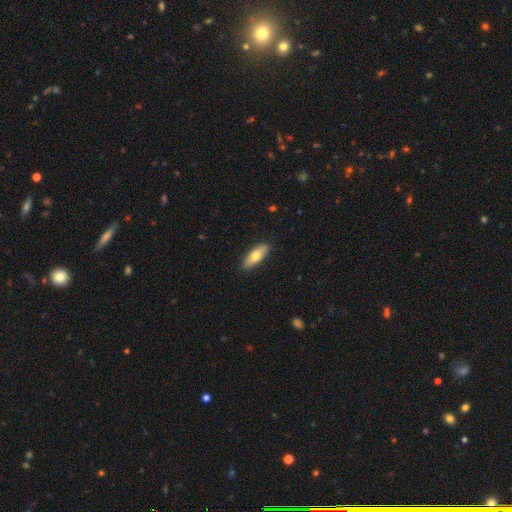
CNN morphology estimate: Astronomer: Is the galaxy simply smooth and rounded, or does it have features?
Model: smooth — 71%.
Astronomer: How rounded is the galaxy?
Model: in between — 70%.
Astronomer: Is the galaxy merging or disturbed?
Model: none — 86%.